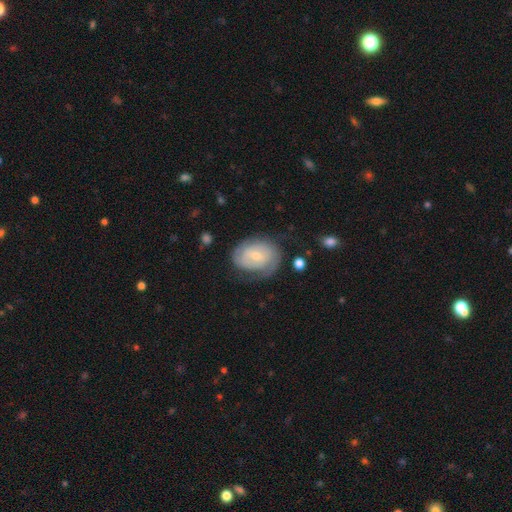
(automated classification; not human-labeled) A featured or disk galaxy (66%) with no bar (47%), 2 (48%) tight (59%) spiral arms (84%) and a small central bulge (57%). Merging: none (63%).